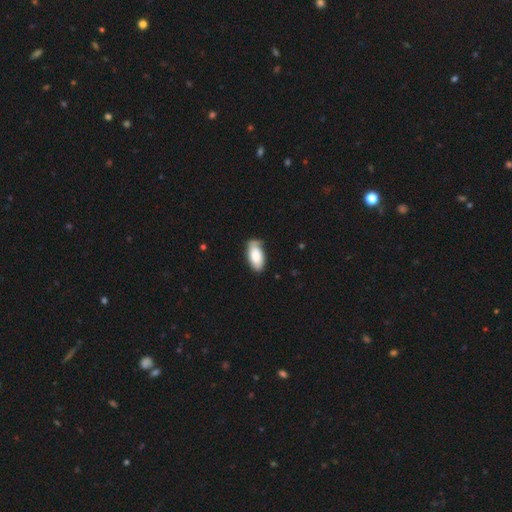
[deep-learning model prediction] smooth_or_featured: smooth (p=0.80) [alt: featured or disk p=0.14]
how_rounded: in between (p=0.93) [alt: cigar-shaped p=0.05]
merging: none (p=0.66) [alt: minor disturbance p=0.27]